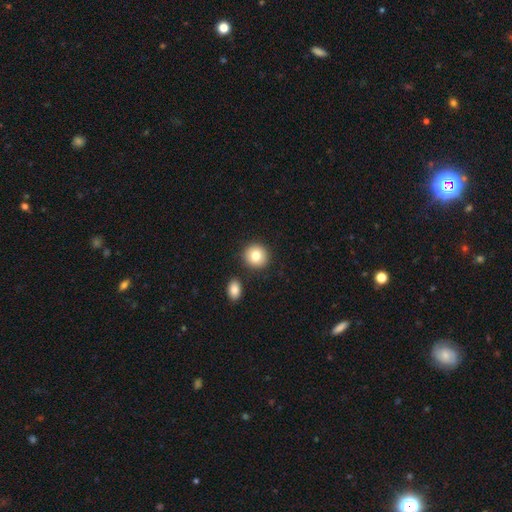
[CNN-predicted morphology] The model was most divided on "smooth or featured": smooth: 81%, featured or disk: 10%, star or artifact: 9%. More confident: how rounded — round (89%); merging — none (84%).